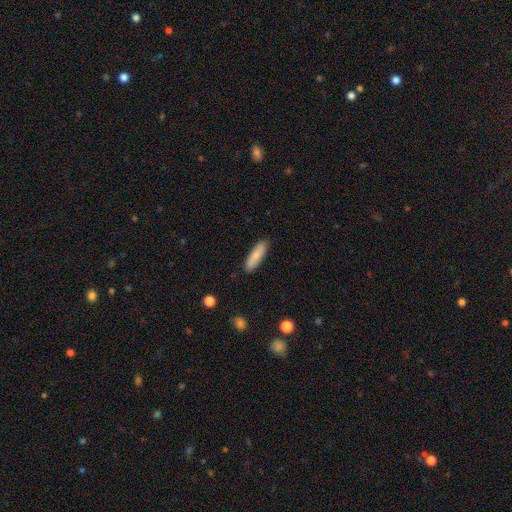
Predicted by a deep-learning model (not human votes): This appears to be a smooth galaxy with no disk features (81%) that is cigar-shaped (65%). Merging: none (87%).